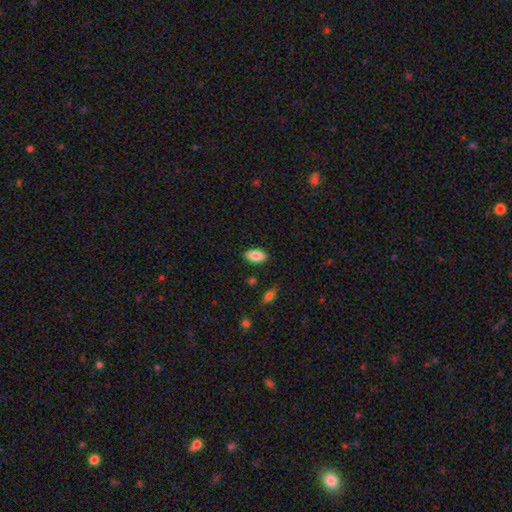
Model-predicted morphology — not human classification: Smooth or featured? smooth (86%)
How rounded? in between (93%)
Merging? none (87%)